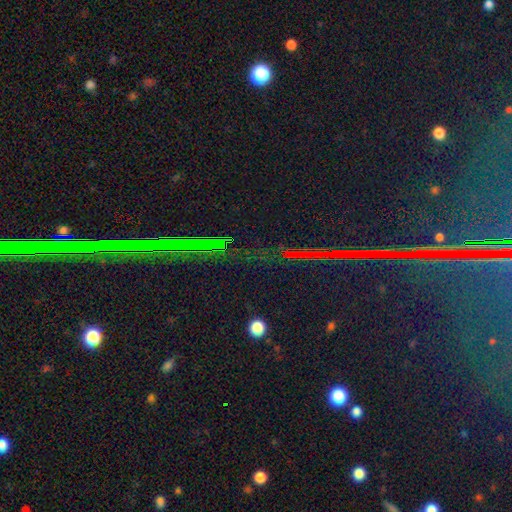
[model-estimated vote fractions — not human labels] Smooth or featured?
  - star or artifact: 77% *
  - featured or disk: 12%
  - smooth: 10%